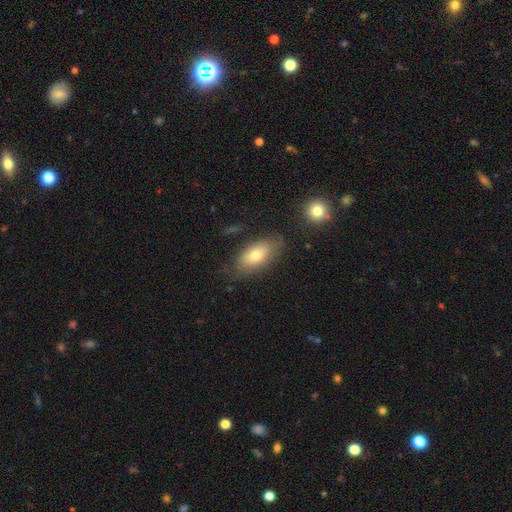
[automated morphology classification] Smooth or featured?
  - smooth: 70% *
  - featured or disk: 22%
  - star or artifact: 8%
How rounded?
  - in between: 89% *
  - cigar-shaped: 7%
  - round: 4%
Merging?
  - none: 75% *
  - minor disturbance: 17%
  - major disturbance: 5%
  - merger: 3%